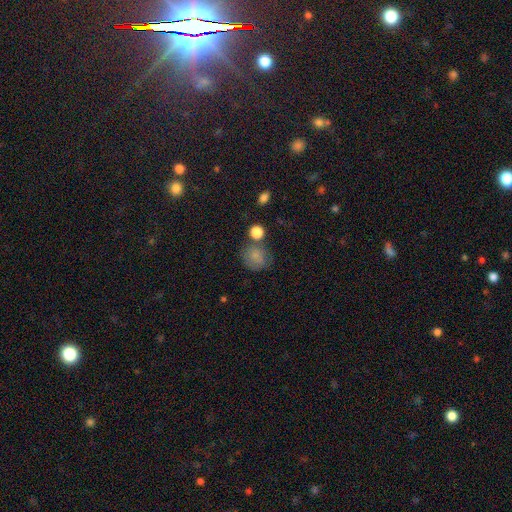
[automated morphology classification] Overall: smooth (80%). How rounded: round (70%). Merging: none (57%; minor disturbance 21%).